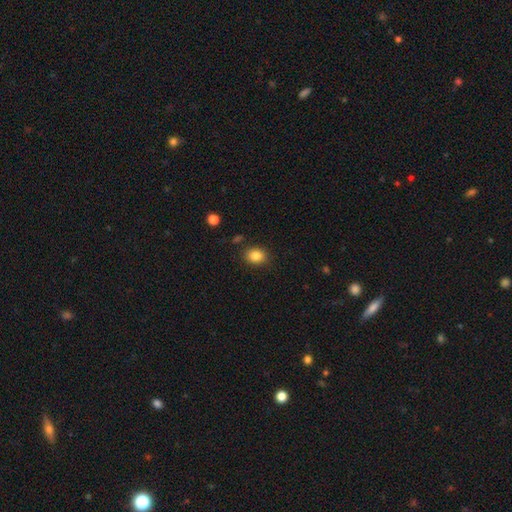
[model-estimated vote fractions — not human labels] A smooth galaxy with no disk features (85%) that is in between round and cigar-shaped (50%).

Vote fractions:
- Smooth or featured? smooth: 85% / star or artifact: 10% / featured or disk: 5%
- How rounded? in between: 50% / round: 49% / cigar-shaped: 1%
- Merging? none: 85% / minor disturbance: 10% / major disturbance: 3% / merger: 2%